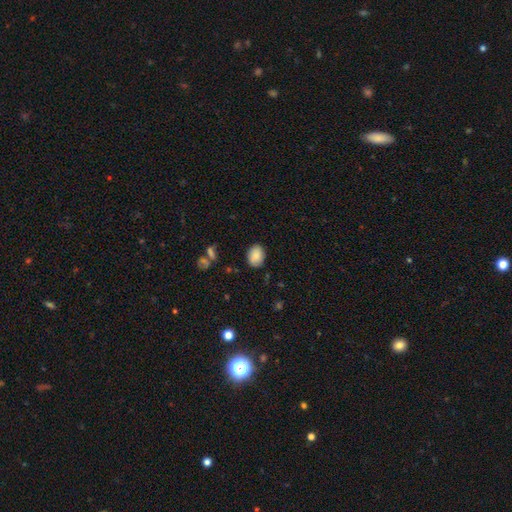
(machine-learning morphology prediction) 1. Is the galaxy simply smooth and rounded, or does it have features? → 85% smooth, 8% star or artifact, 7% featured or disk.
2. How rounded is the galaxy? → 73% in between, 26% round, 1% cigar-shaped.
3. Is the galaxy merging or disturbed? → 82% none, 14% minor disturbance, 3% major disturbance, 2% merger.